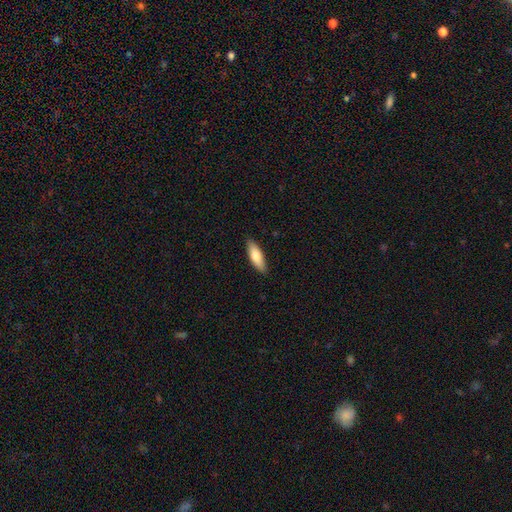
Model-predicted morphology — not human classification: smooth 78%, featured or disk 17%, star or artifact 5%. Down the decision tree: how rounded — in between (54%); merging — none (88%).